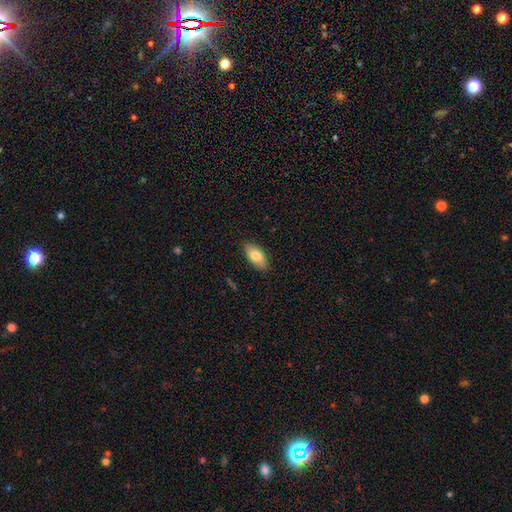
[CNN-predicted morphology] Q: Smooth or featured?
A: smooth (81%); runner-up: featured or disk (13%)
Q: How rounded?
A: in between (92%); runner-up: cigar-shaped (5%)
Q: Merging?
A: none (87%); runner-up: minor disturbance (10%)